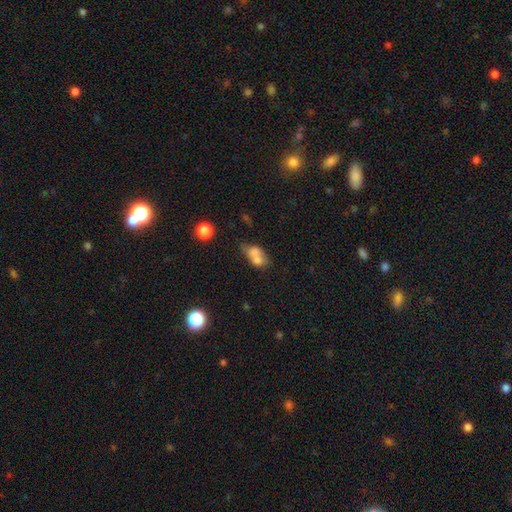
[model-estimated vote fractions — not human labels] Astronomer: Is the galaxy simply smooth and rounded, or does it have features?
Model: smooth — 68%.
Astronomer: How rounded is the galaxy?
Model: in between — 63%.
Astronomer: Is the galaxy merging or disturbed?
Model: merger — 62%.